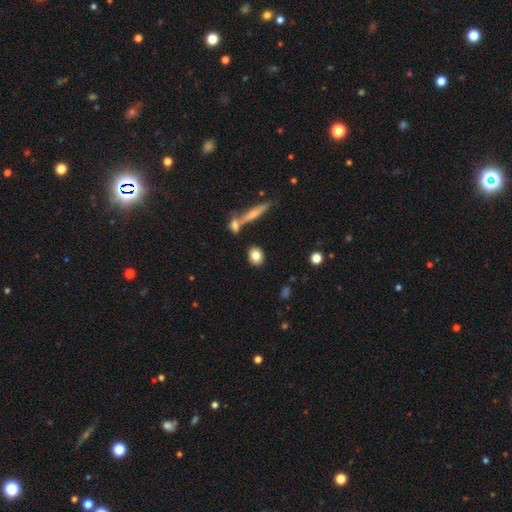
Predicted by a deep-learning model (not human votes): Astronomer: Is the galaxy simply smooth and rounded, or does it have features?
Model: smooth — 80%.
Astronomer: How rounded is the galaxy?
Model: round — 50% (runner-up: in between, 46%).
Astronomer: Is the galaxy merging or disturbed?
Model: none — 82%.